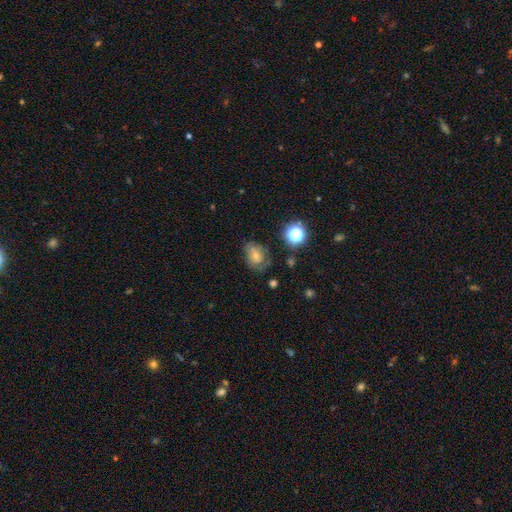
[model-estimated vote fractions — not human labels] Smooth or featured? Predicted: smooth (p=0.59). How rounded? Predicted: in between (p=0.59). Merging? Predicted: none (p=0.53).